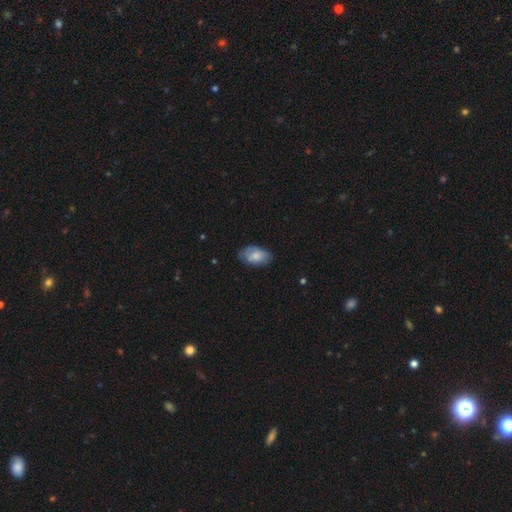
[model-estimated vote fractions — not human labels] The model was most divided on "merging": none: 74%, minor disturbance: 21%, major disturbance: 4%, merger: 1%. More confident: how rounded — in between (93%); smooth or featured — smooth (77%).